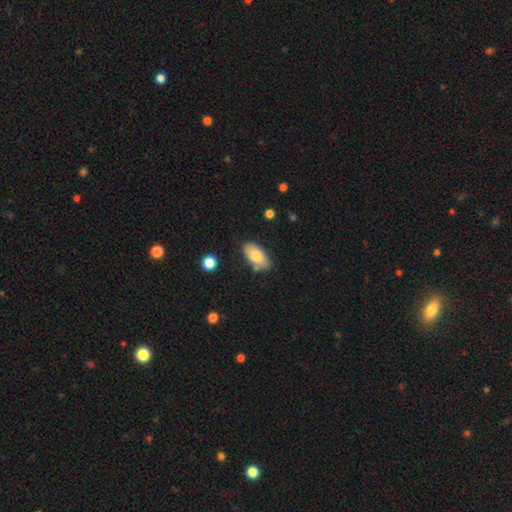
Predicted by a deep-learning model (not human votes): Smooth or featured? smooth (78%)
How rounded? in between (93%)
Merging? none (78%)